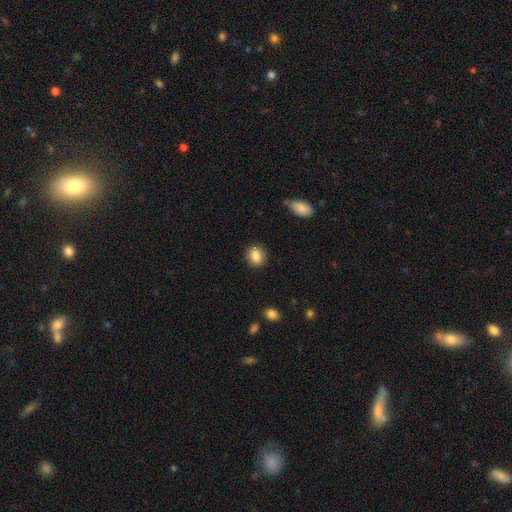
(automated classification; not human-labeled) Smooth or featured?
  - smooth: 86% *
  - star or artifact: 8%
  - featured or disk: 5%
How rounded?
  - round: 78% *
  - in between: 21%
  - cigar-shaped: 1%
Merging?
  - none: 89% *
  - minor disturbance: 7%
  - major disturbance: 2%
  - merger: 1%